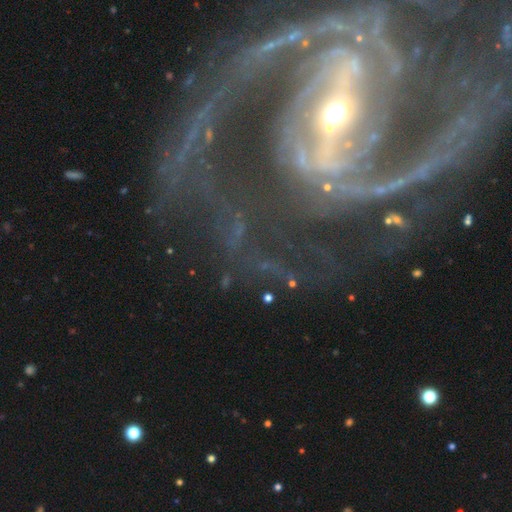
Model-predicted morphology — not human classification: A featured or disk galaxy (91%) with a strong bar (70%), 2 (69%) medium (48%) spiral arms (96%) and a small central bulge (61%). Merging: none (62%).